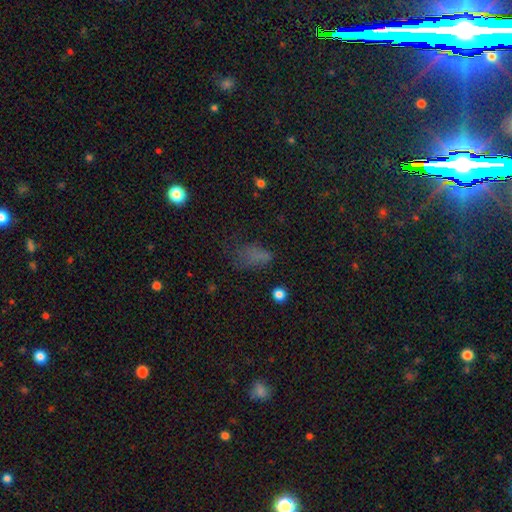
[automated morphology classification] smooth 60%, star or artifact 25%, featured or disk 16%. Down the decision tree: how rounded — in between (79%); merging — none (38%).